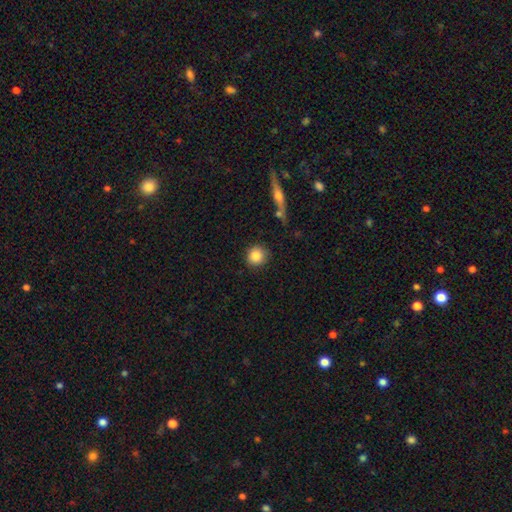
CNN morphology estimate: smooth 85%, star or artifact 8%, featured or disk 7%. Down the decision tree: how rounded — round (91%); merging — none (86%).